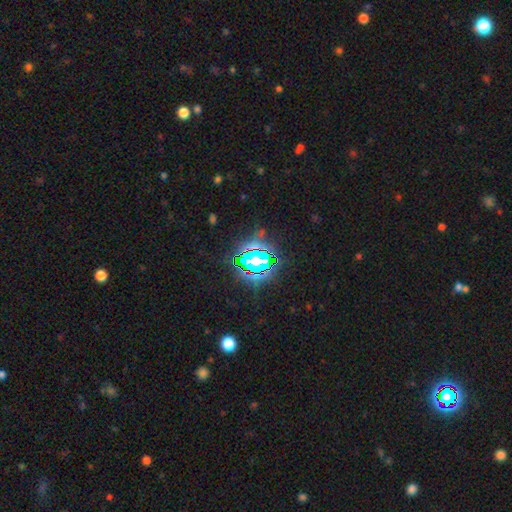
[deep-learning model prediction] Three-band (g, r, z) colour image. It shows a star or artifact, not a galaxy (76%).